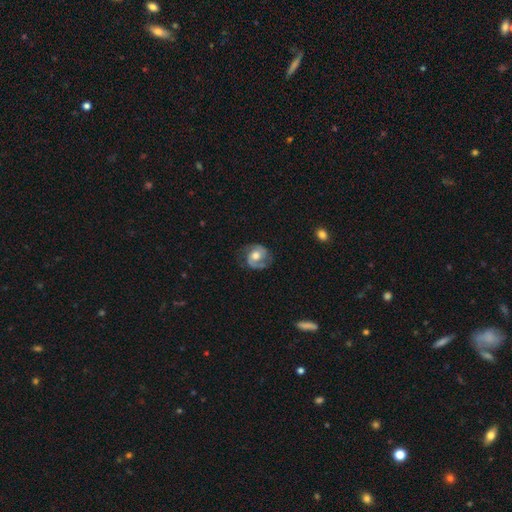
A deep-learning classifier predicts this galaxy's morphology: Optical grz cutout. It shows a featured or disk galaxy (78%) with no bar (60%), 2 (86%) medium (48%) spiral arms (93%) and a moderate central bulge (66%). Merging: none (73%).